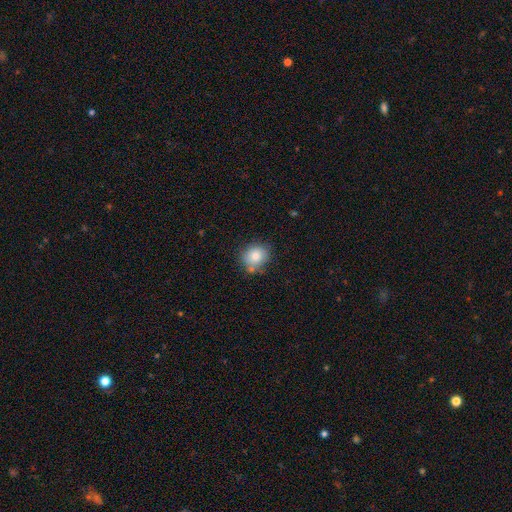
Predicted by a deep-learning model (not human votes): A smooth galaxy with no disk features (79%) that is round (72%). Merging: none (68%).